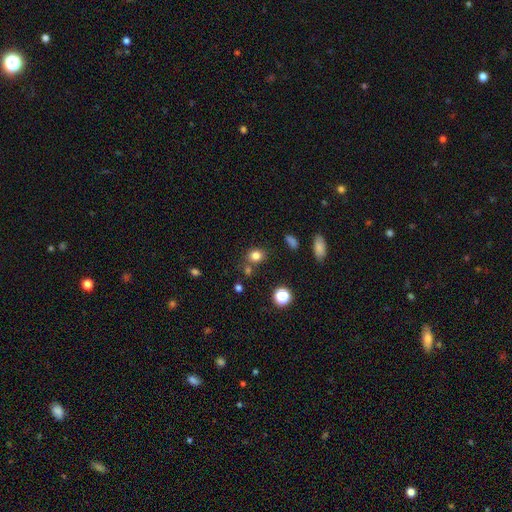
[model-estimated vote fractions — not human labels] smooth-or-featured: smooth: 79% | star or artifact: 14% | featured or disk: 6%
  how-rounded: round: 68% | in between: 31% | cigar-shaped: 1%
  merging: none: 73% | minor disturbance: 12% | merger: 11% | major disturbance: 4%